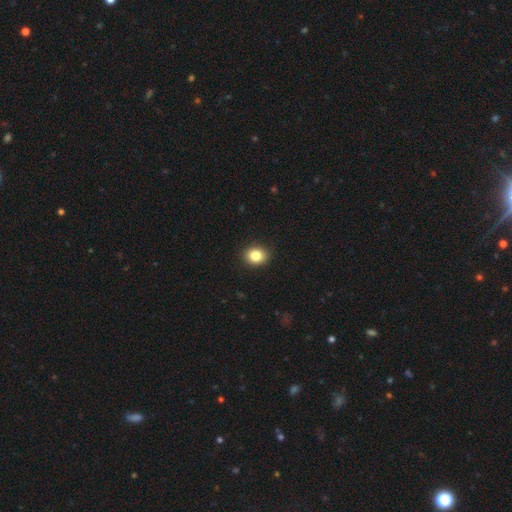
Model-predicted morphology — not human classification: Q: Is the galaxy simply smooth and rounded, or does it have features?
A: smooth — 84%.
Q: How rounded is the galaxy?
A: round — 59%.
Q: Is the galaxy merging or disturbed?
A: none — 90%.